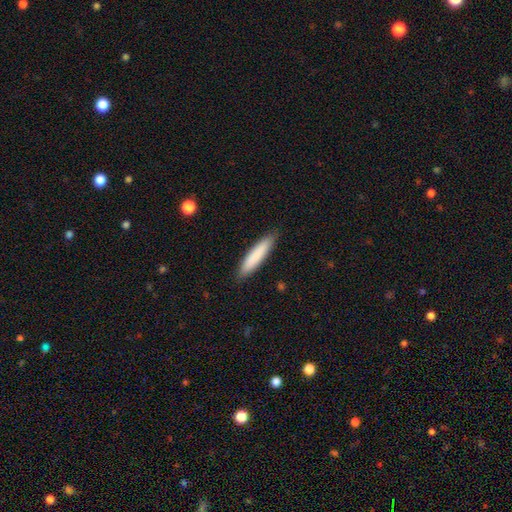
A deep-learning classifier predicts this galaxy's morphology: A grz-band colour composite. It shows a smooth galaxy with no disk features (85%) that is cigar-shaped (84%). Merging: none (89%).